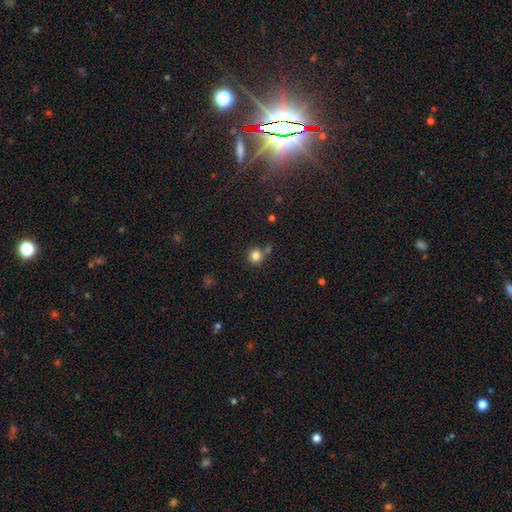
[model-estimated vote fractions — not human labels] The model was most divided on "merging": none: 75%, merger: 14%, minor disturbance: 9%, major disturbance: 3%. More confident: how rounded — round (93%); smooth or featured — smooth (82%).